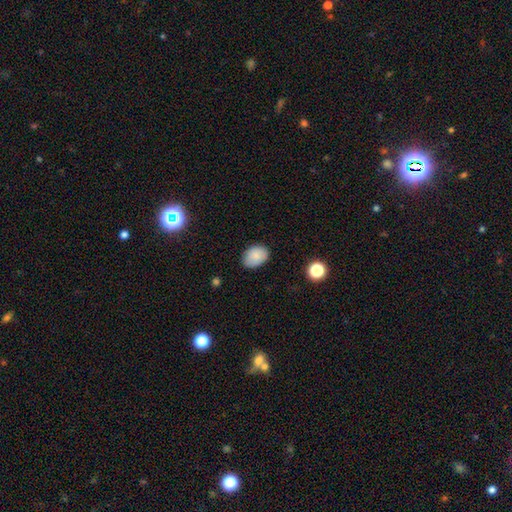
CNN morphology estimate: Smooth or featured?
  - smooth: 85% *
  - star or artifact: 8%
  - featured or disk: 6%
How rounded?
  - in between: 76% *
  - round: 23%
  - cigar-shaped: 1%
Merging?
  - none: 80% *
  - minor disturbance: 16%
  - major disturbance: 3%
  - merger: 1%